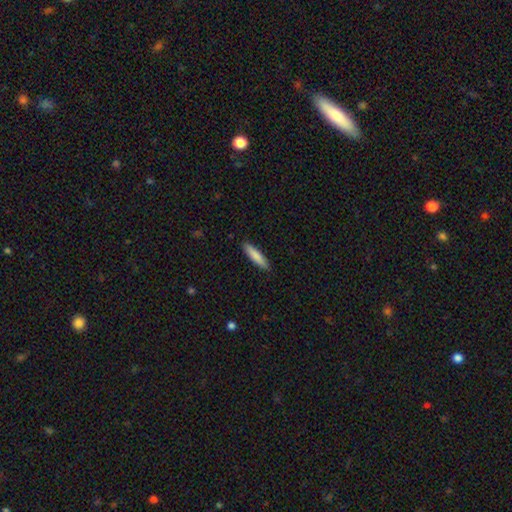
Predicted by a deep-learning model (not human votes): This appears to be a smooth galaxy with no disk features (84%) that is cigar-shaped (81%). Merging: none (90%).